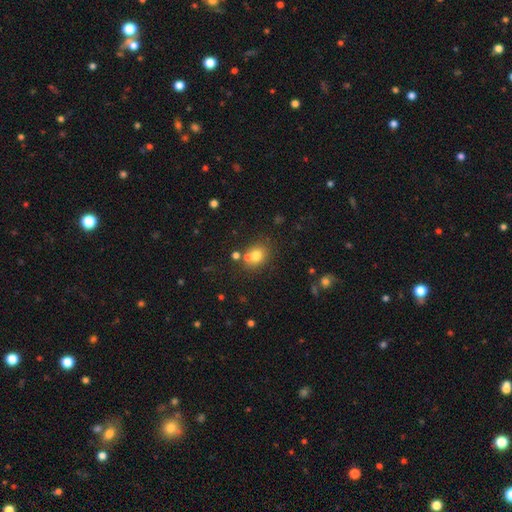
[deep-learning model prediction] Q: Smooth or featured?
A: smooth (75%); runner-up: star or artifact (14%)
Q: How rounded?
A: round (67%); runner-up: in between (32%)
Q: Merging?
A: none (63%); runner-up: merger (22%)